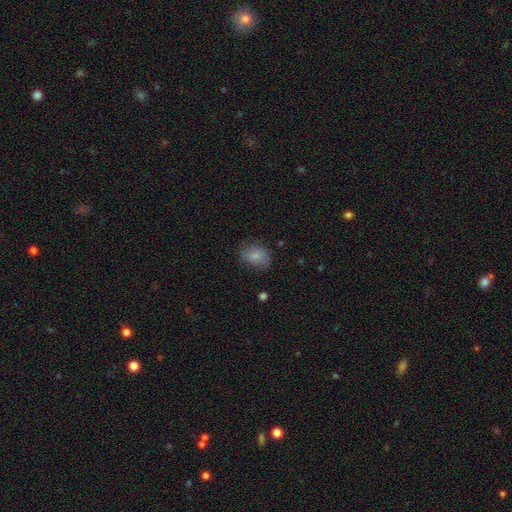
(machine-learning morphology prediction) Smooth or featured? smooth (80%)
How rounded? in between (64%)
Merging? none (73%)